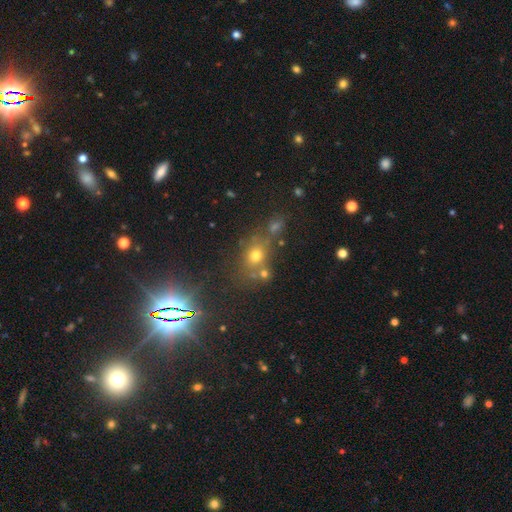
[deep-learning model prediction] A smooth galaxy with no disk features (52%) that is round (65%). Merging: none (61%).